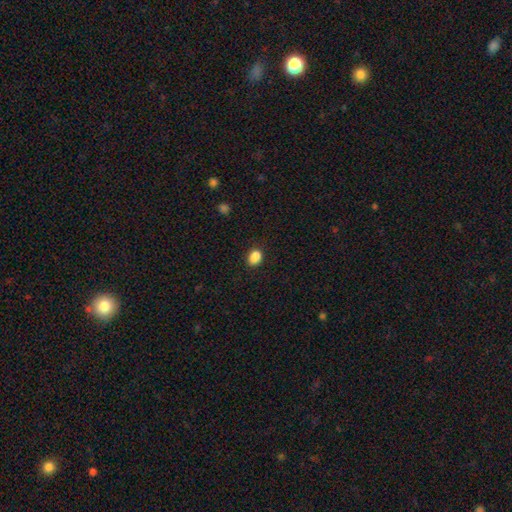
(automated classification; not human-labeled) Overall: smooth (87%). How rounded: in between (58%; round 41%). Merging: none (85%).